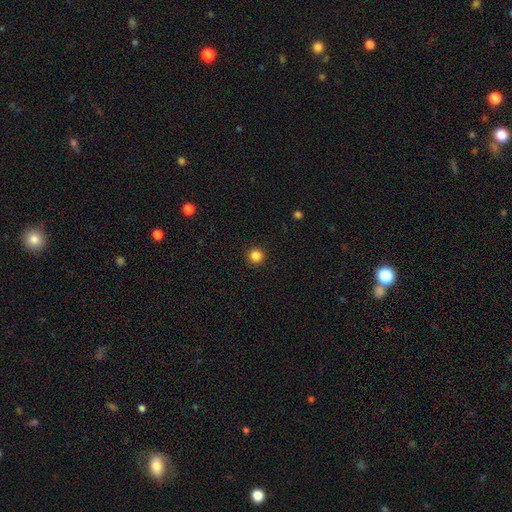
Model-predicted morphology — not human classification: This appears to be a smooth galaxy with no disk features (85%) that is round (96%). Merging: none (93%).